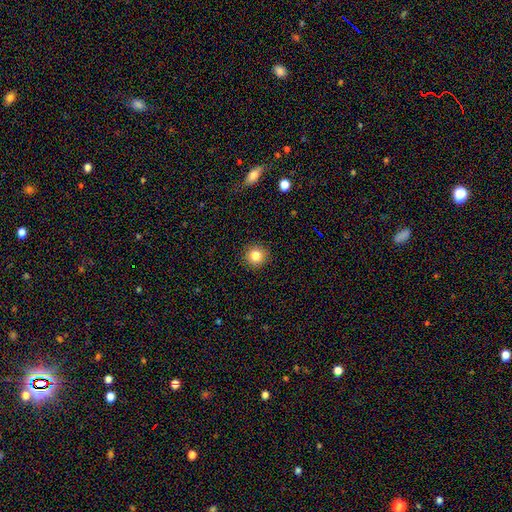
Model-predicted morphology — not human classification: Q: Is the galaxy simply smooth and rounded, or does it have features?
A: smooth — 82%.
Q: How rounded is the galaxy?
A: round — 94%.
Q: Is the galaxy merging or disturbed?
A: none — 92%.